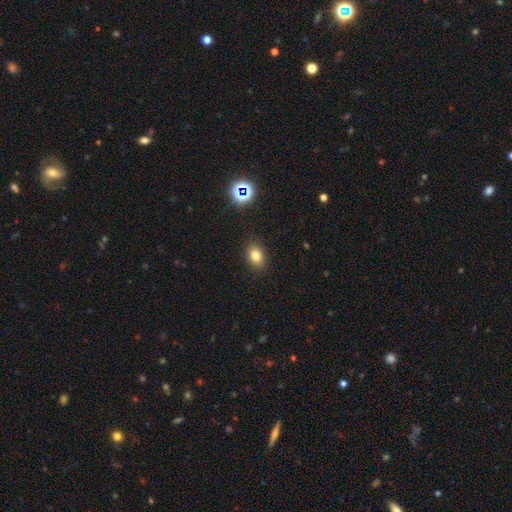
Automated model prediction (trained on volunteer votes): This appears to be a smooth galaxy with no disk features (78%) that is in between round and cigar-shaped (72%). Merging: none (88%).